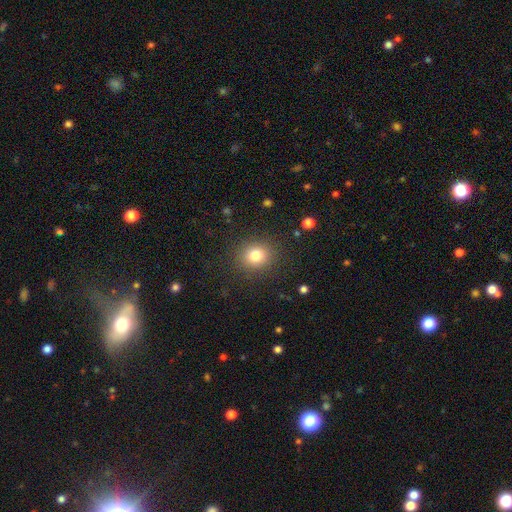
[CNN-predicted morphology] Smooth or featured? Predicted: smooth (p=0.80). How rounded? Predicted: round (p=0.78). Merging? Predicted: none (p=0.88).